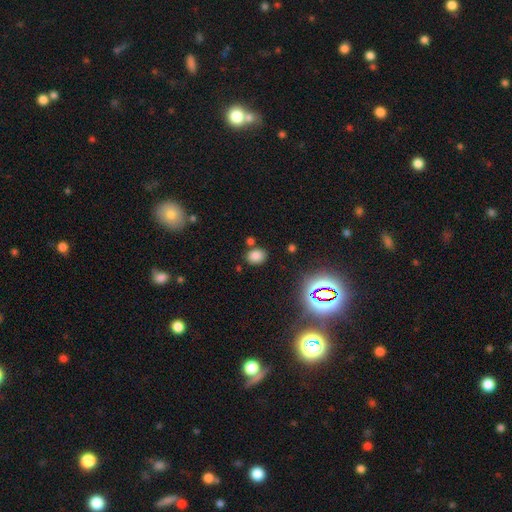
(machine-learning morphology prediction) This appears to be a smooth galaxy with no disk features (77%) that is in between round and cigar-shaped (61%). Merging: none (77%).